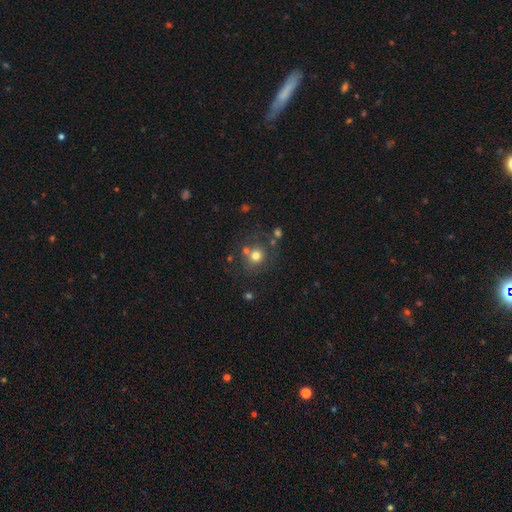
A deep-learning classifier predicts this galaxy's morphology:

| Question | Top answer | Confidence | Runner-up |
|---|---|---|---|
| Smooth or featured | smooth | 72% | star or artifact (15%) |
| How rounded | round | 89% | in between (10%) |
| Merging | none | 68% | merger (15%) |